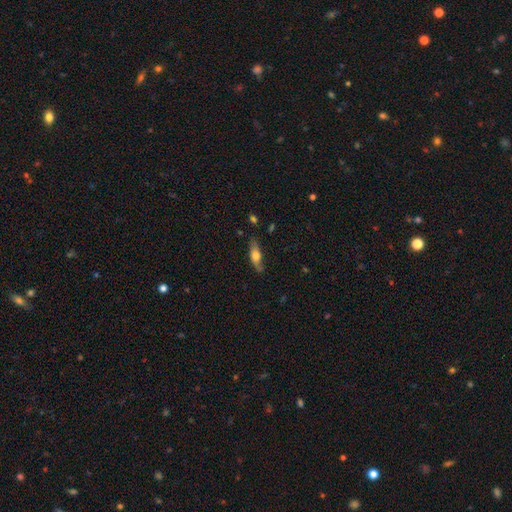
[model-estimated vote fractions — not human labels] Smooth or featured?
  - smooth: 58% *
  - featured or disk: 36%
  - star or artifact: 6%
How rounded?
  - in between: 53% *
  - cigar-shaped: 44%
  - round: 3%
Merging?
  - none: 73% *
  - minor disturbance: 20%
  - major disturbance: 4%
  - merger: 3%